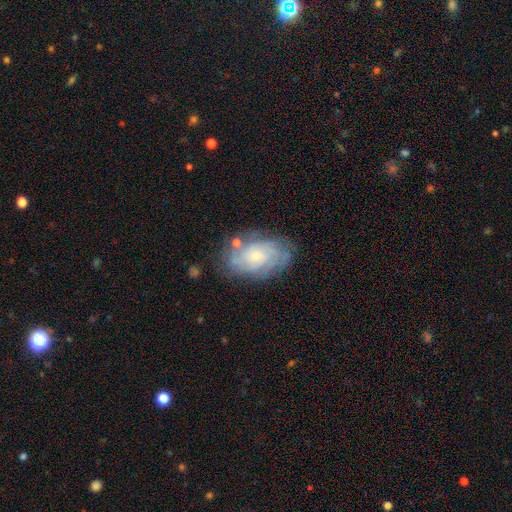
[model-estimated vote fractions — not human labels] Overall: featured or disk (70%). Edge-on disk: no (96%). Bar: no (75%). Spiral arms: yes (86%). Spiral arm count: can't tell (52%; 2 18%). Spiral winding: tight (64%; medium 27%). Bulge size: small (64%; moderate 28%). Merging: none (71%).